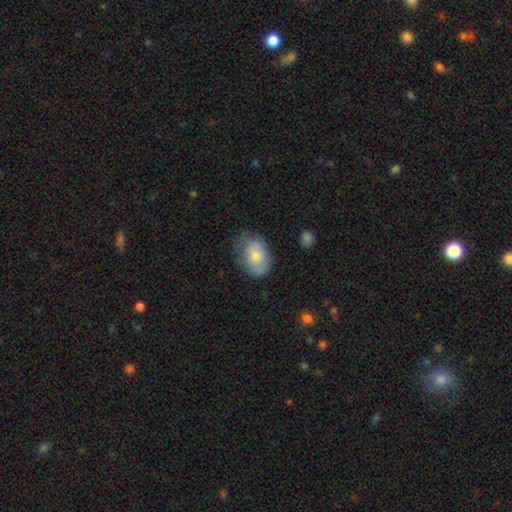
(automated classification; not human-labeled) The model was most divided on "merging": none: 60%, minor disturbance: 28%, major disturbance: 10%, merger: 2%. More confident: how rounded — in between (78%); smooth or featured — smooth (64%).